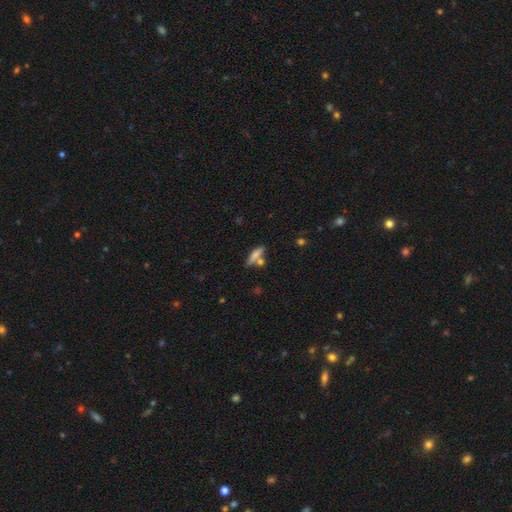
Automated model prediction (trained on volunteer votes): A smooth galaxy with no disk features (69%) that is cigar-shaped (71%).

Vote fractions:
- Smooth or featured? smooth: 69% / featured or disk: 23% / star or artifact: 8%
- How rounded? cigar-shaped: 71% / in between: 26% / round: 3%
- Merging? none: 59% / merger: 24% / minor disturbance: 13% / major disturbance: 4%